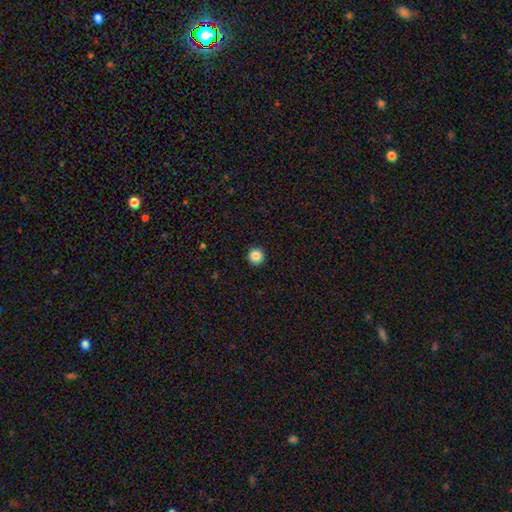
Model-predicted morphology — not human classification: Overall: smooth (87%). How rounded: round (96%). Merging: none (94%).